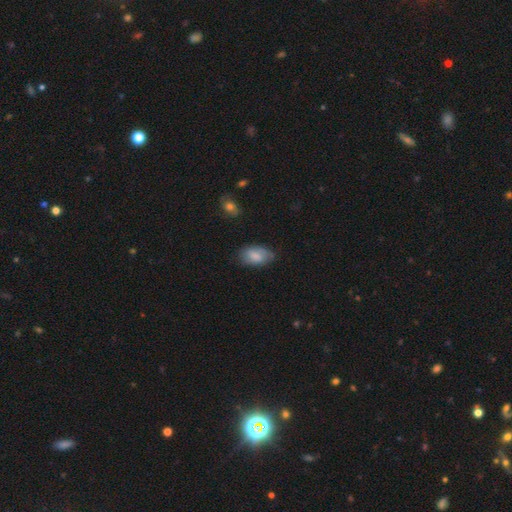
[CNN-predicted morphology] A smooth galaxy with no disk features (76%) that is in between round and cigar-shaped (93%). Merging: none (64%).